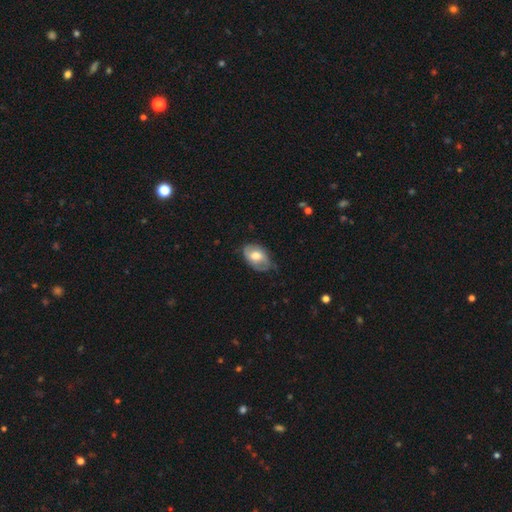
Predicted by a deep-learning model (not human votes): Smooth or featured? Predicted: smooth (p=0.48). Merging? Predicted: none (p=0.59).